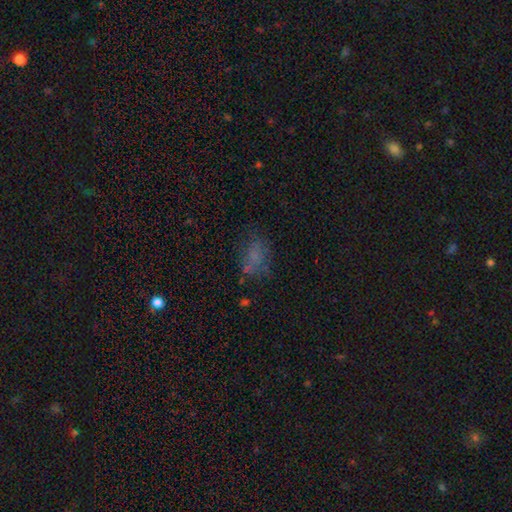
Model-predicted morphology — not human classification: A smooth galaxy with no disk features (62%) that is in between round and cigar-shaped (79%). Merging: none (55%).